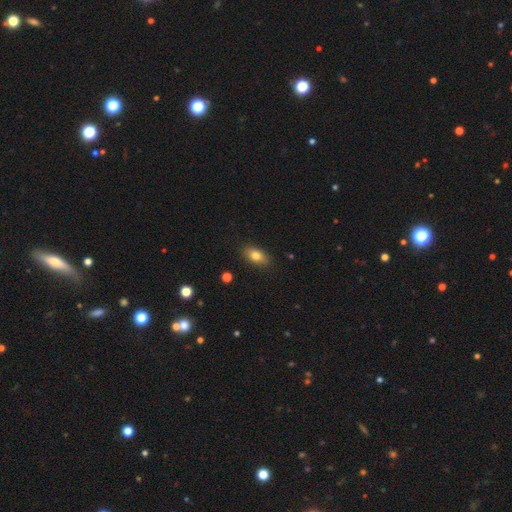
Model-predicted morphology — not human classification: Overall: smooth (80%). How rounded: in between (86%). Merging: none (86%).